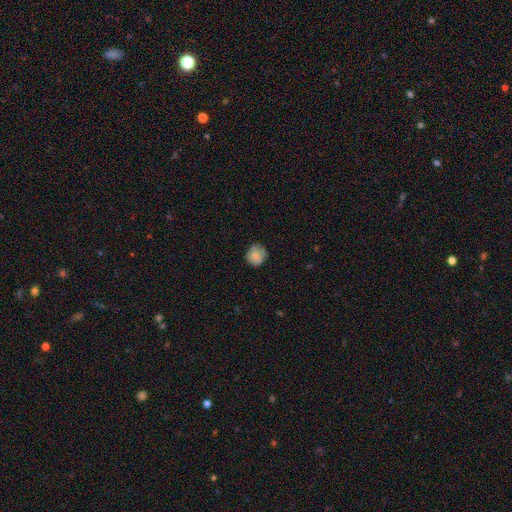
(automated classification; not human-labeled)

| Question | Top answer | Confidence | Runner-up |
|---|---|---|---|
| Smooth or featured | smooth | 80% | featured or disk (12%) |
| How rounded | round | 83% | in between (16%) |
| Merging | none | 74% | minor disturbance (20%) |